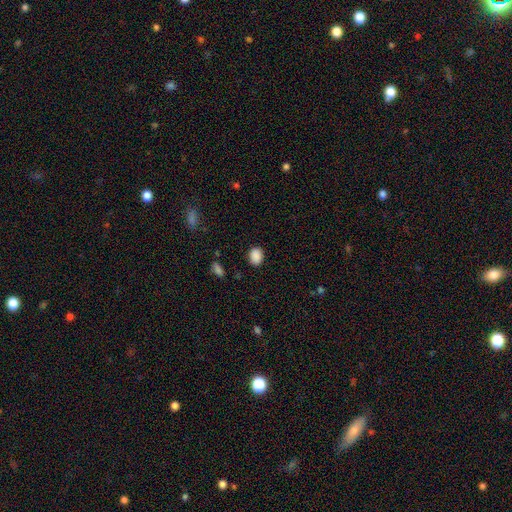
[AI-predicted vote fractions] smooth_or_featured: smooth (p=0.88) [alt: star or artifact p=0.09]
how_rounded: in between (p=0.58) [alt: round p=0.41]
merging: none (p=0.85) [alt: minor disturbance p=0.11]